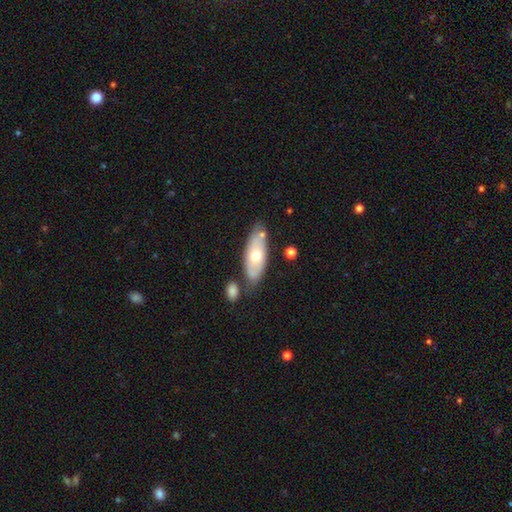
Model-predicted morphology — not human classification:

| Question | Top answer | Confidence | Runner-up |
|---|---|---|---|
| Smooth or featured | smooth | 56% | featured or disk (39%) |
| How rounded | in between | 76% | cigar-shaped (21%) |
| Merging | none | 67% | minor disturbance (18%) |